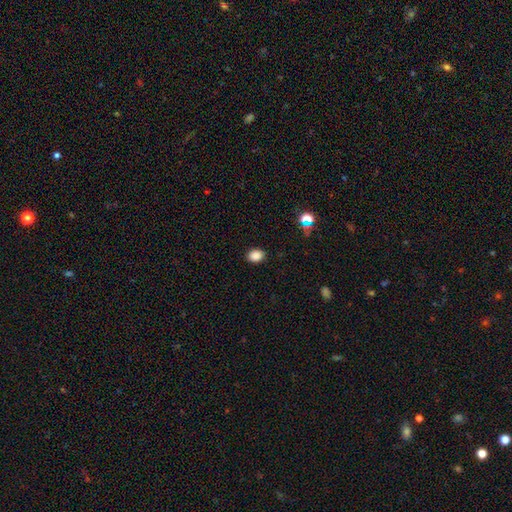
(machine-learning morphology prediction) A smooth galaxy with no disk features (86%) that is in between round and cigar-shaped (62%).

Vote fractions:
- Smooth or featured? smooth: 86% / star or artifact: 11% / featured or disk: 3%
- How rounded? in between: 62% / round: 37% / cigar-shaped: 1%
- Merging? none: 88% / minor disturbance: 9% / major disturbance: 2% / merger: 1%